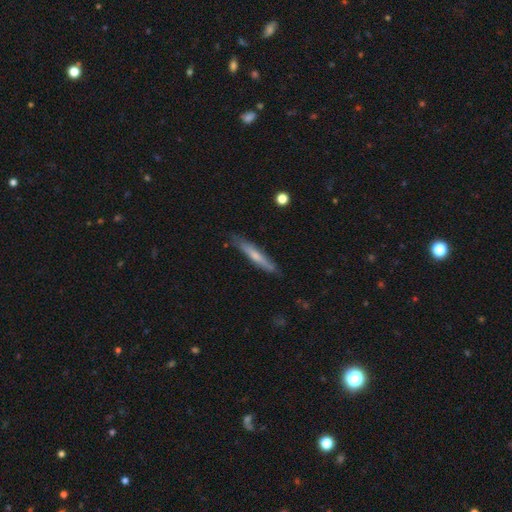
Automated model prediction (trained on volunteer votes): Morphology: type=smooth (51%); roundness=cigar-shaped (92%); merging=none (81%).